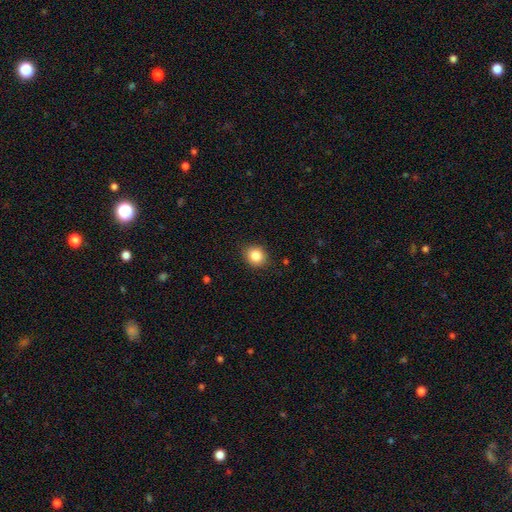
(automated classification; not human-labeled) A smooth galaxy with no disk features (85%) that is round (77%).

Vote fractions:
- Smooth or featured? smooth: 85% / star or artifact: 10% / featured or disk: 5%
- How rounded? round: 77% / in between: 22% / cigar-shaped: 1%
- Merging? none: 89% / minor disturbance: 8% / major disturbance: 2% / merger: 1%